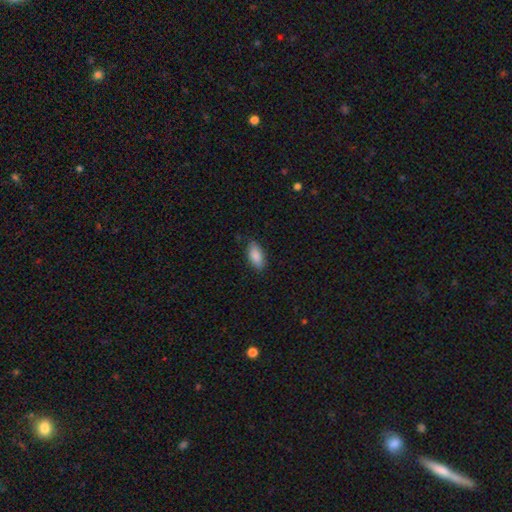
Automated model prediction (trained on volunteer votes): A smooth galaxy with no disk features (88%) that is in between round and cigar-shaped (90%).

Vote fractions:
- Smooth or featured? smooth: 88% / star or artifact: 6% / featured or disk: 5%
- How rounded? in between: 90% / cigar-shaped: 8% / round: 2%
- Merging? none: 82% / minor disturbance: 14% / major disturbance: 3% / merger: 1%